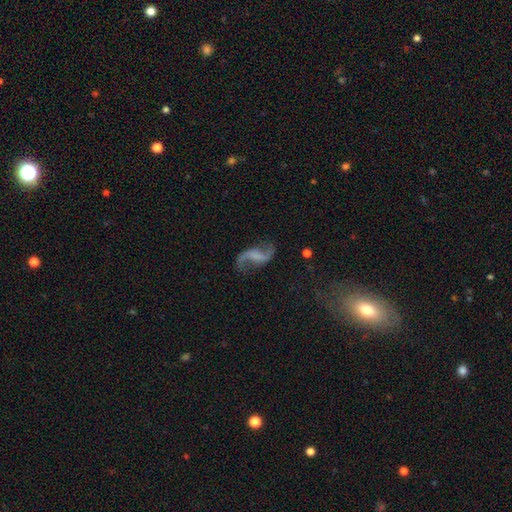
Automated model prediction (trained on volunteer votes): Smooth or featured: featured or disk — 86% (smooth — 7%)
Edge-on disk: no — 97% (yes — 3%)
Bar: weak — 42% (no — 30%)
Spiral arms: yes — 95% (no — 5%)
Spiral winding: loose — 86% (medium — 11%)
Spiral arm count: 2 — 92% (1 — 3%)
Bulge size: none — 67% (small — 19%)
Merging: none — 72% (minor disturbance — 15%)